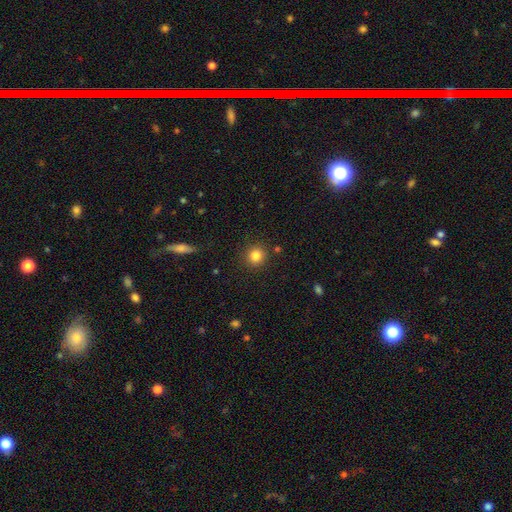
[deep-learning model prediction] smooth 83%, star or artifact 11%, featured or disk 5%. Down the decision tree: how rounded — round (91%); merging — none (88%).